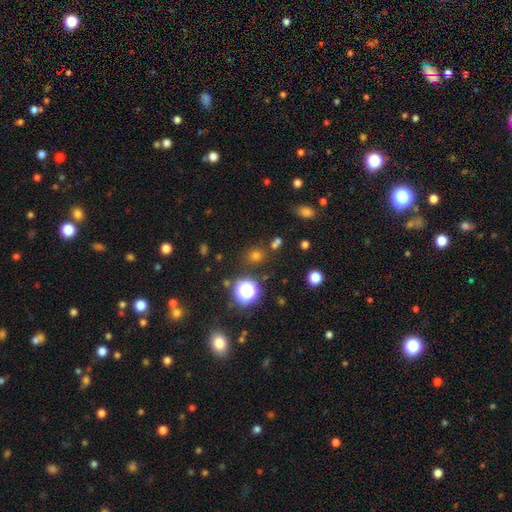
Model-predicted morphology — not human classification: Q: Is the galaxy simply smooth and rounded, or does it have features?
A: smooth — 65%.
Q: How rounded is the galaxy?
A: round — 81%.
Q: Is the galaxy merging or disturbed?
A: none — 79%.